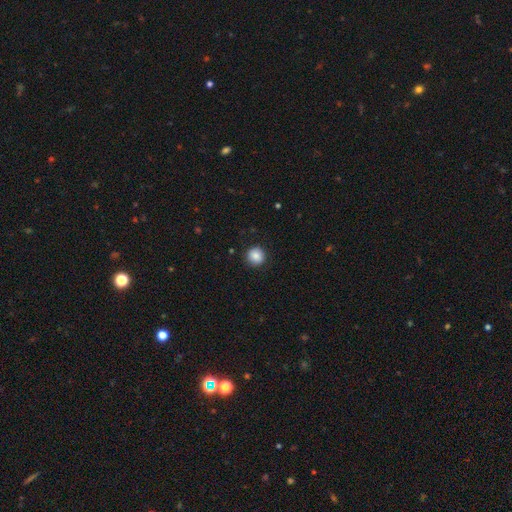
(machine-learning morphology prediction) Overall: smooth (87%). How rounded: round (93%). Merging: none (90%).